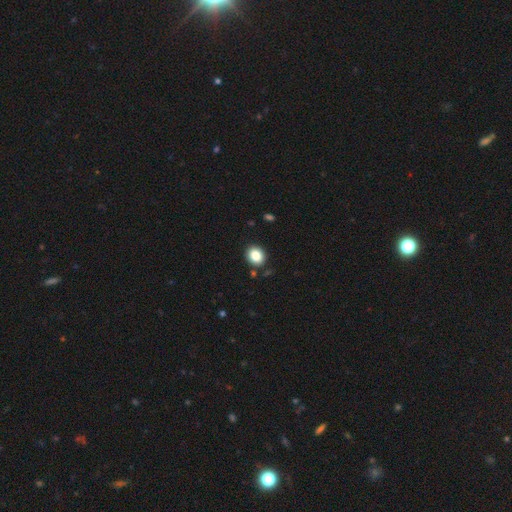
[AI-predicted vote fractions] Morphology: type=smooth (86%); roundness=round (66%); merging=none (88%).